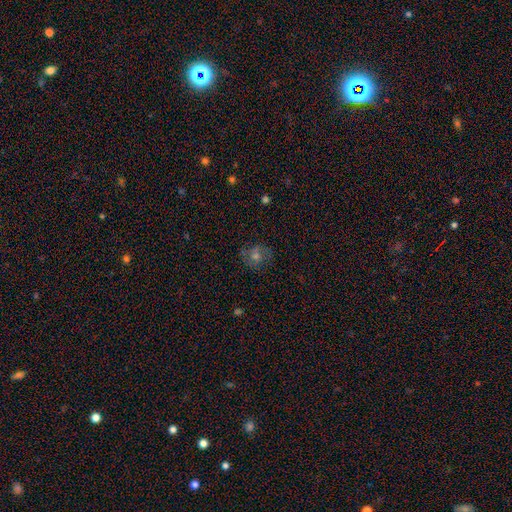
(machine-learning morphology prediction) A featured or disk galaxy (49%).

Vote fractions:
- Smooth or featured? featured or disk: 49% / smooth: 32% / star or artifact: 19%
- Merging? none: 77% / minor disturbance: 15% / major disturbance: 7% / merger: 2%